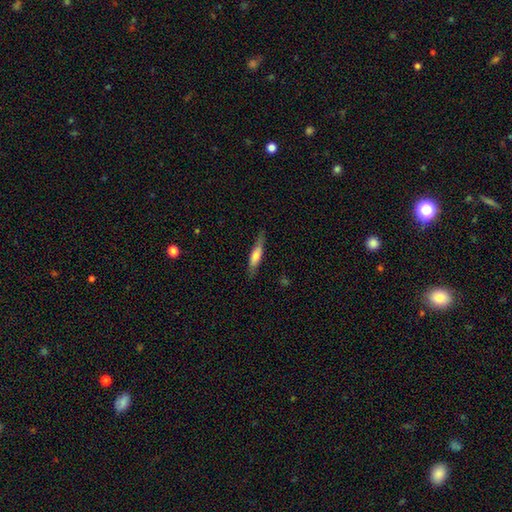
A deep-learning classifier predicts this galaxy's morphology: This is likely a smooth galaxy (61%). How rounded: likely cigar-shaped (80%). Merging: likely none (77%).